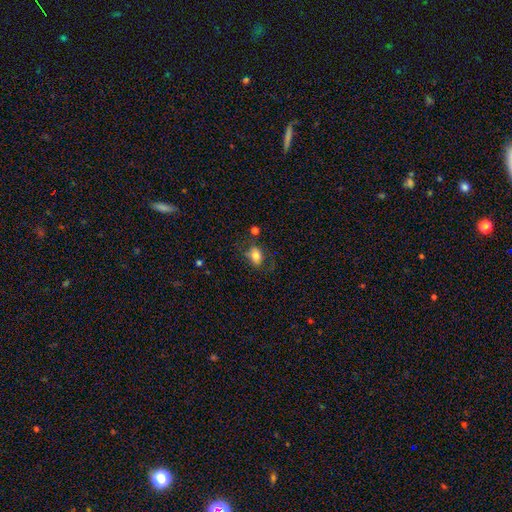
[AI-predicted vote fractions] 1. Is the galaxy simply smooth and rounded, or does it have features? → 75% smooth, 15% featured or disk, 10% star or artifact.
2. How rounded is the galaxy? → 71% in between, 28% round, 2% cigar-shaped.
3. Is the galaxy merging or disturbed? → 60% none, 22% minor disturbance, 12% major disturbance, 5% merger.